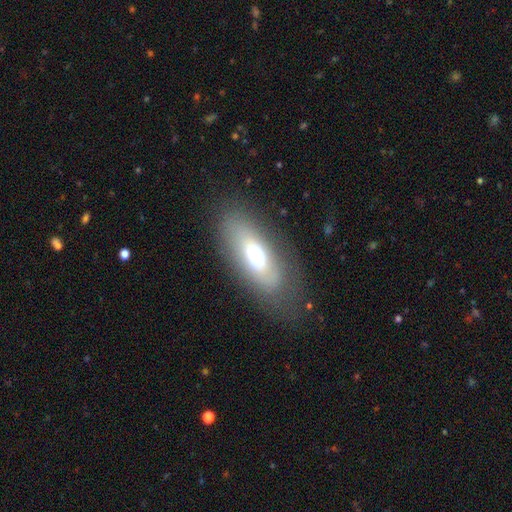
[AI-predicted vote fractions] This is likely a smooth galaxy (60%). How rounded: likely in between (79%). Merging: likely none (75%).